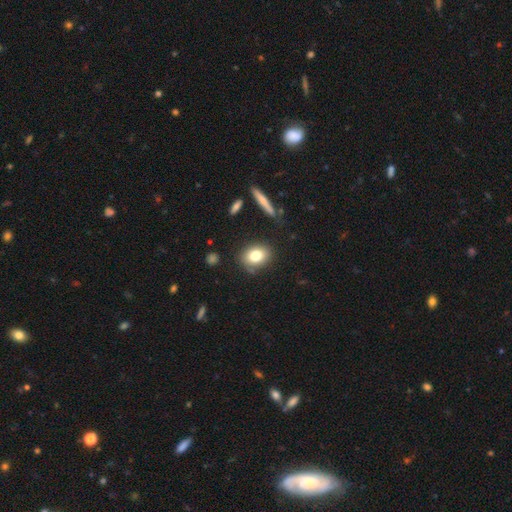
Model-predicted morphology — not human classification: This is likely a smooth galaxy (78%). How rounded: possibly in between (59%). Merging: clearly none (82%).